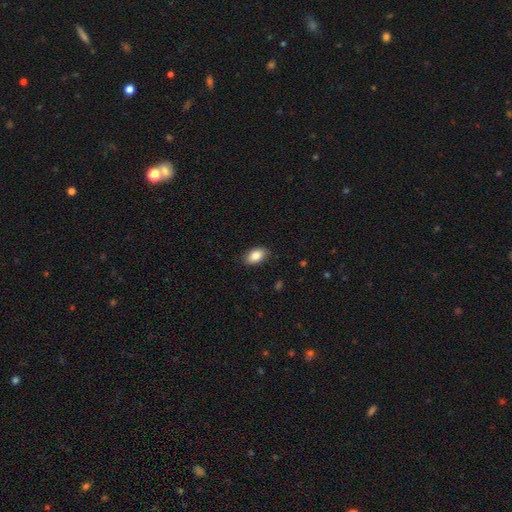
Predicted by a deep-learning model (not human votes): Smooth or featured? smooth (86%)
How rounded? in between (90%)
Merging? none (87%)